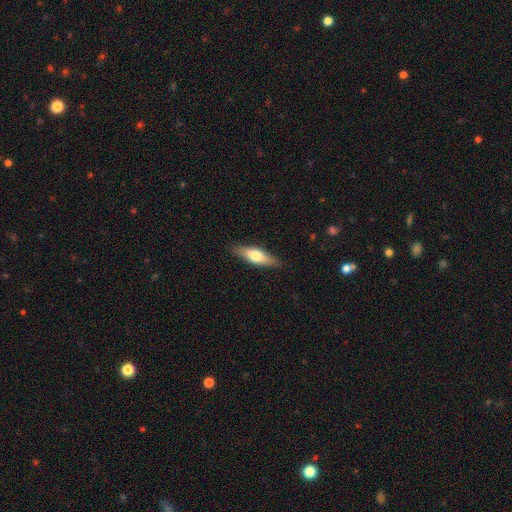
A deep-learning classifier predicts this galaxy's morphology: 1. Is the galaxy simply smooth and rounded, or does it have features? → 61% smooth, 33% featured or disk, 6% star or artifact.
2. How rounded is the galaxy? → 52% cigar-shaped, 45% in between, 2% round.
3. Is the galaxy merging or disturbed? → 87% none, 10% minor disturbance, 2% major disturbance, 1% merger.